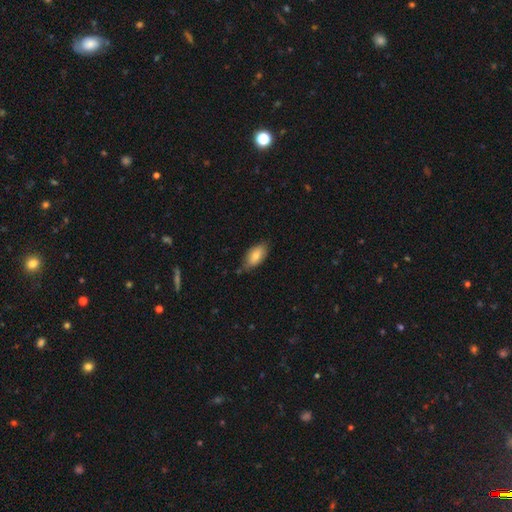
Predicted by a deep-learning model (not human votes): Smooth or featured? Predicted: smooth (p=0.78). How rounded? Predicted: in between (p=0.90). Merging? Predicted: none (p=0.68).